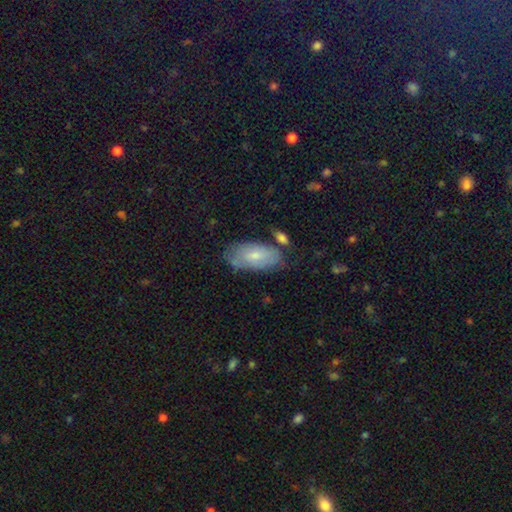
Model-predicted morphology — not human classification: A smooth galaxy with no disk features (68%) that is in between round and cigar-shaped (92%).

Vote fractions:
- Smooth or featured? smooth: 68% / featured or disk: 25% / star or artifact: 6%
- How rounded? in between: 92% / cigar-shaped: 5% / round: 3%
- Merging? none: 63% / minor disturbance: 23% / merger: 8% / major disturbance: 6%